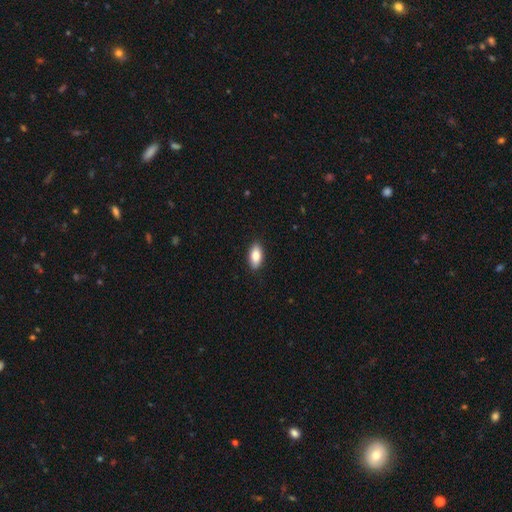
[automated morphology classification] Q: Smooth or featured?
A: smooth (82%); runner-up: featured or disk (12%)
Q: How rounded?
A: in between (89%); runner-up: cigar-shaped (7%)
Q: Merging?
A: none (90%); runner-up: minor disturbance (8%)